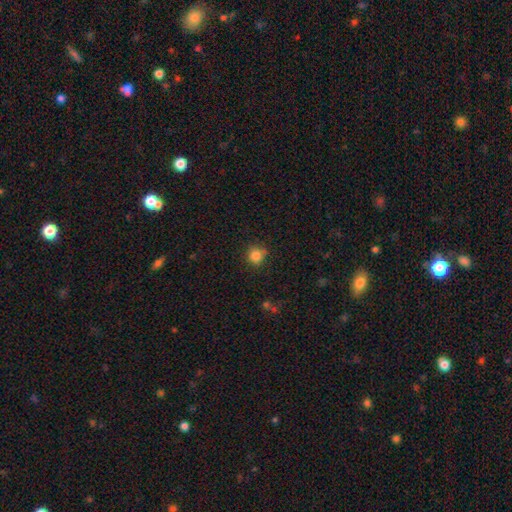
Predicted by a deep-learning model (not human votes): smooth-or-featured: smooth: 84% | star or artifact: 12% | featured or disk: 5%
  how-rounded: round: 90% | in between: 9% | cigar-shaped: 1%
  merging: none: 80% | minor disturbance: 14% | major disturbance: 3% | merger: 2%